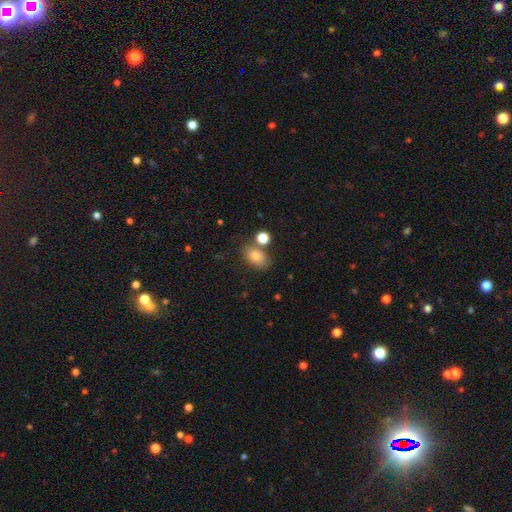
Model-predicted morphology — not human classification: type=smooth (81%); roundness=in between (81%); merging=none (66%).